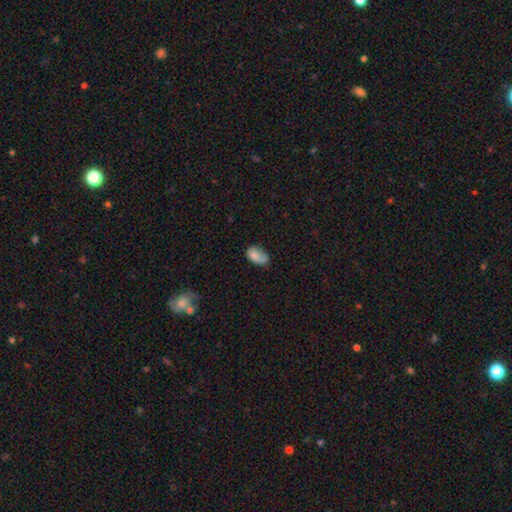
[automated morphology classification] Smooth or featured?
  - smooth: 79% *
  - featured or disk: 13%
  - star or artifact: 8%
How rounded?
  - in between: 90% *
  - round: 9%
  - cigar-shaped: 1%
Merging?
  - none: 49% *
  - minor disturbance: 33%
  - major disturbance: 13%
  - merger: 5%